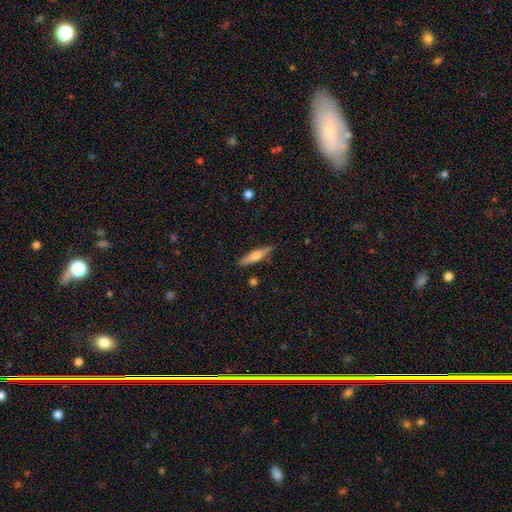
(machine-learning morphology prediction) Overall: smooth (49%; featured or disk 45%). Merging: none (86%).